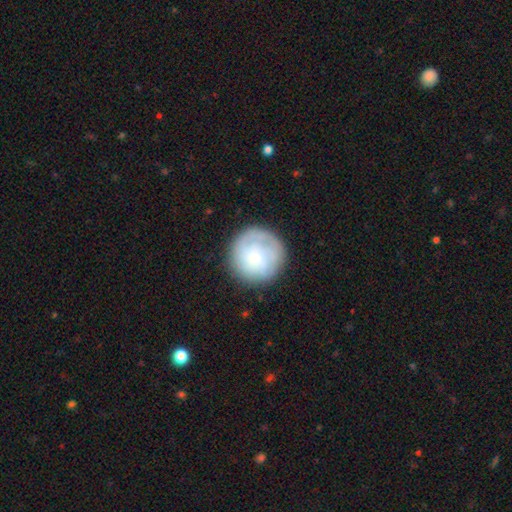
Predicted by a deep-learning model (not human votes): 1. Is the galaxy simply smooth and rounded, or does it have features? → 56% smooth, 37% featured or disk, 7% star or artifact.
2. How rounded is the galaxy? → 95% round, 5% in between, 1% cigar-shaped.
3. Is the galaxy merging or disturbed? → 81% none, 13% minor disturbance, 5% major disturbance, 1% merger.